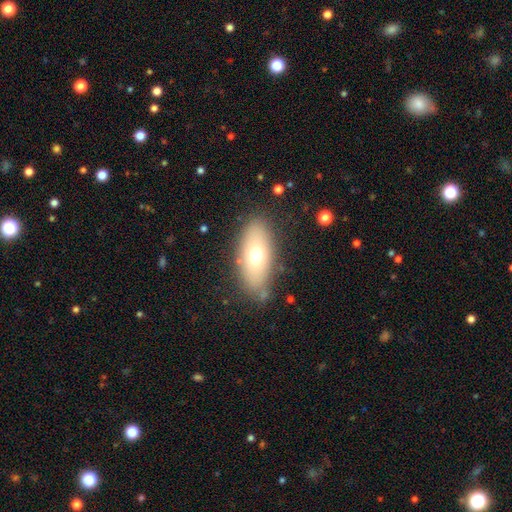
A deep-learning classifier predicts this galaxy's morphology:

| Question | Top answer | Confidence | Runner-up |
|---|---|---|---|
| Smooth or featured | smooth | 67% | featured or disk (24%) |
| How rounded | in between | 85% | cigar-shaped (9%) |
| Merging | none | 79% | minor disturbance (14%) |